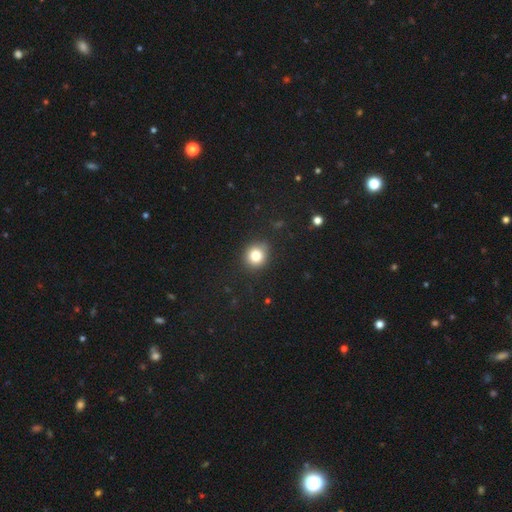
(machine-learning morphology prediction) Q: Smooth or featured?
A: smooth (81%); runner-up: star or artifact (12%)
Q: How rounded?
A: round (82%); runner-up: in between (17%)
Q: Merging?
A: none (86%); runner-up: minor disturbance (10%)